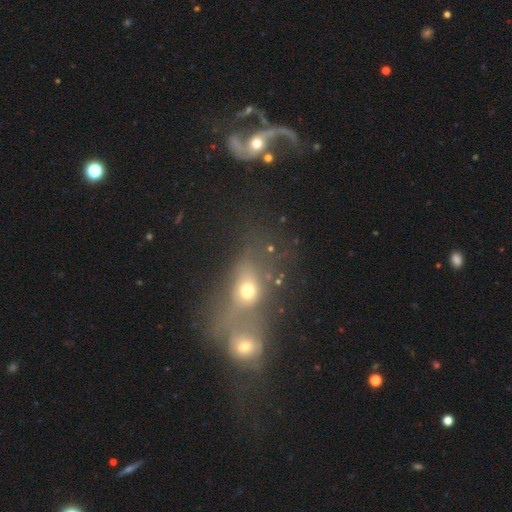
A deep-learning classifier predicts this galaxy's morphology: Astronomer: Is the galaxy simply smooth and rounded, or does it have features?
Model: featured or disk — 42% (runner-up: smooth, 35%).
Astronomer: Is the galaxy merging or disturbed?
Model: merger — 76%.